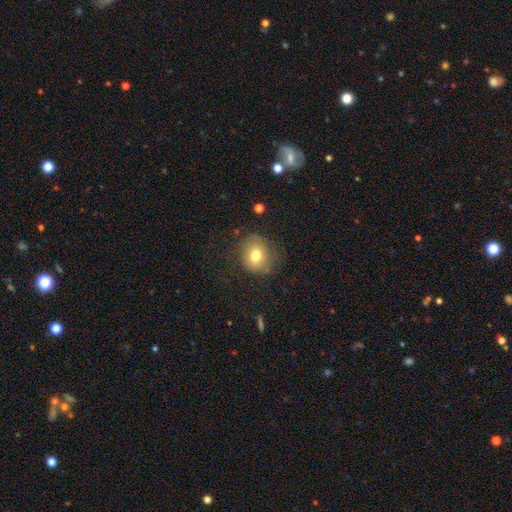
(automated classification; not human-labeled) Morphology: type=smooth (75%); roundness=round (70%); merging=none (74%).